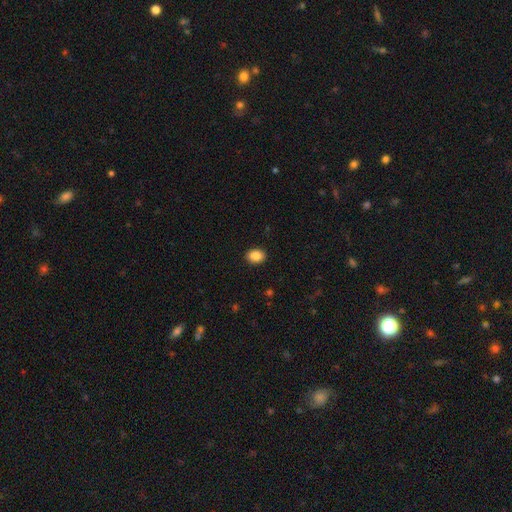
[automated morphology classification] type=smooth (88%); roundness=in between (64%); merging=none (91%).